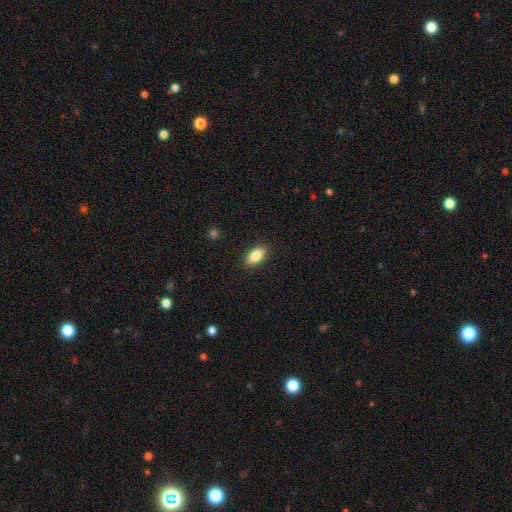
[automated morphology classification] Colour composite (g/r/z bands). It shows a smooth galaxy with no disk features (85%) that is in between round and cigar-shaped (91%). Merging: none (89%).